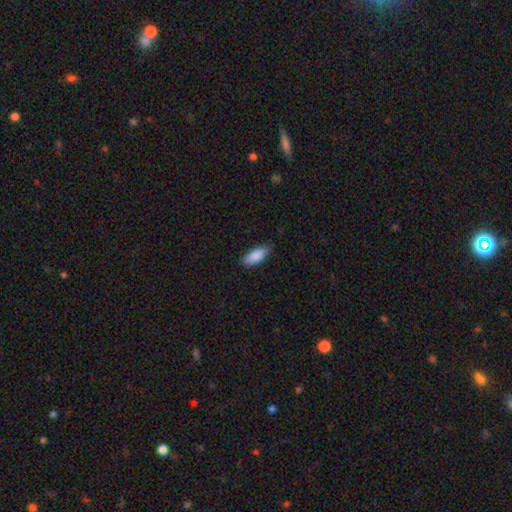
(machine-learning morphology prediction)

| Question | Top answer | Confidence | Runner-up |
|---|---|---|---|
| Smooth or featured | smooth | 89% | star or artifact (6%) |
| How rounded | in between | 82% | cigar-shaped (17%) |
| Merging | none | 80% | minor disturbance (17%) |